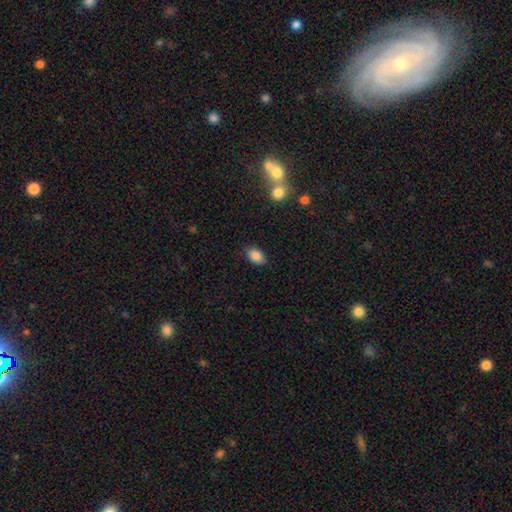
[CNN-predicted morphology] Smooth or featured? smooth (87%)
How rounded? in between (88%)
Merging? none (85%)